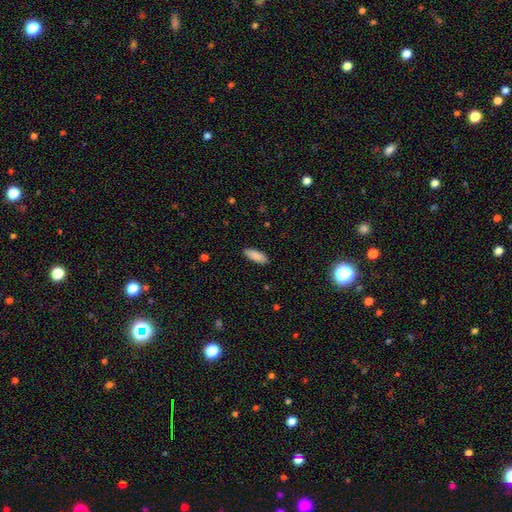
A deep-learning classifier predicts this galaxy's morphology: Q: Smooth or featured?
A: smooth (89%); runner-up: star or artifact (6%)
Q: How rounded?
A: in between (67%); runner-up: cigar-shaped (31%)
Q: Merging?
A: none (89%); runner-up: minor disturbance (8%)